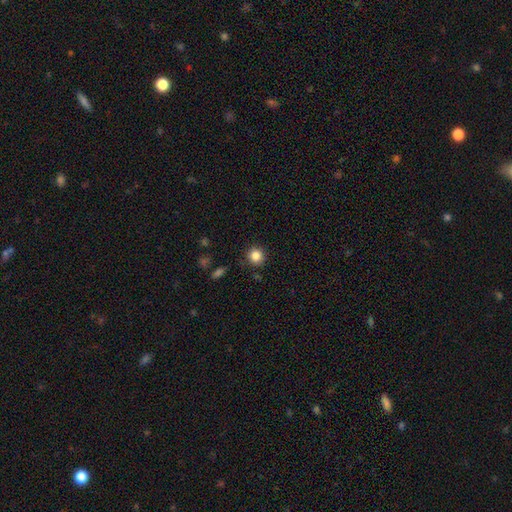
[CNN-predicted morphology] type=smooth (85%); roundness=round (92%); merging=none (88%).